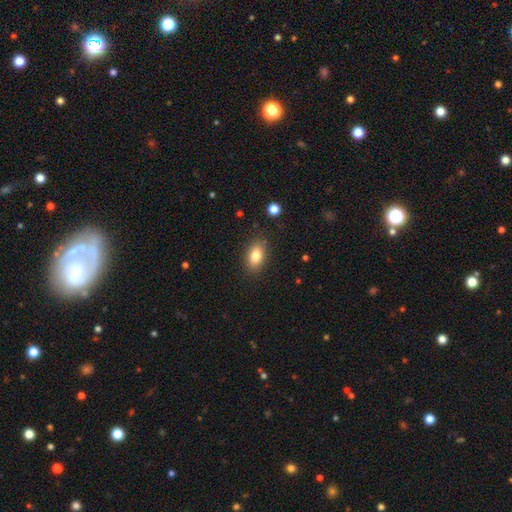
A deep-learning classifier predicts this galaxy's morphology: A smooth galaxy with no disk features (82%) that is in between round and cigar-shaped (85%). Merging: none (85%).